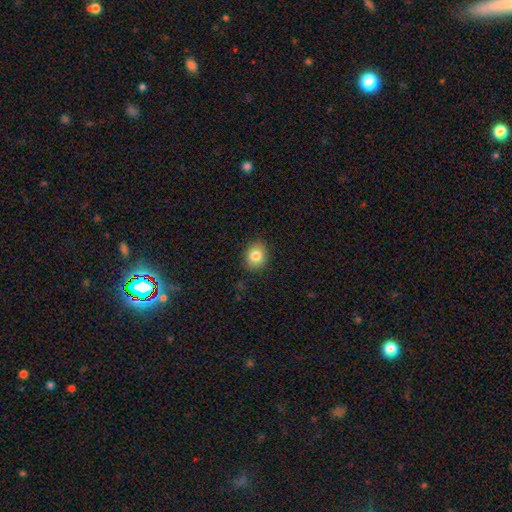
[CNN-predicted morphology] Smooth or featured?
  - smooth: 82% *
  - star or artifact: 10%
  - featured or disk: 8%
How rounded?
  - round: 62% *
  - in between: 37%
  - cigar-shaped: 1%
Merging?
  - none: 88% *
  - minor disturbance: 9%
  - major disturbance: 2%
  - merger: 1%